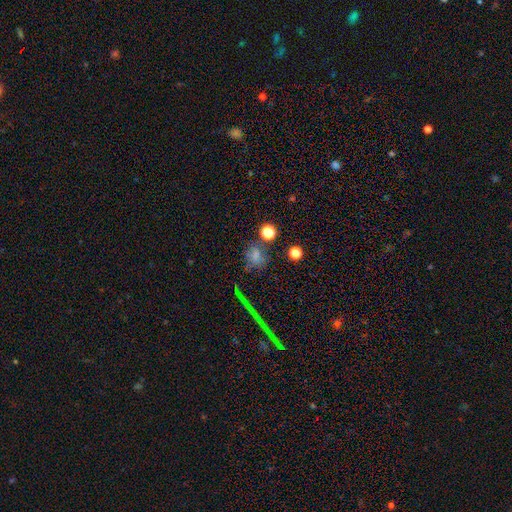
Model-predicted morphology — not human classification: A smooth galaxy with no disk features (62%) that is round (62%).

Vote fractions:
- Smooth or featured? smooth: 62% / star or artifact: 26% / featured or disk: 12%
- How rounded? round: 62% / in between: 36% / cigar-shaped: 2%
- Merging? none: 64% / minor disturbance: 16% / merger: 10% / major disturbance: 9%